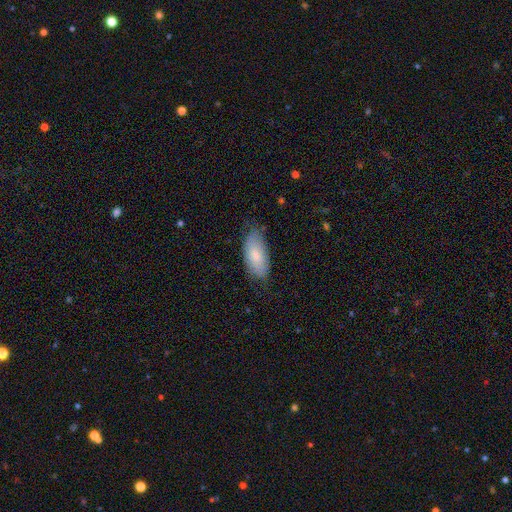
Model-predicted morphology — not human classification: Smooth or featured? smooth (79%)
How rounded? in between (90%)
Merging? none (69%)